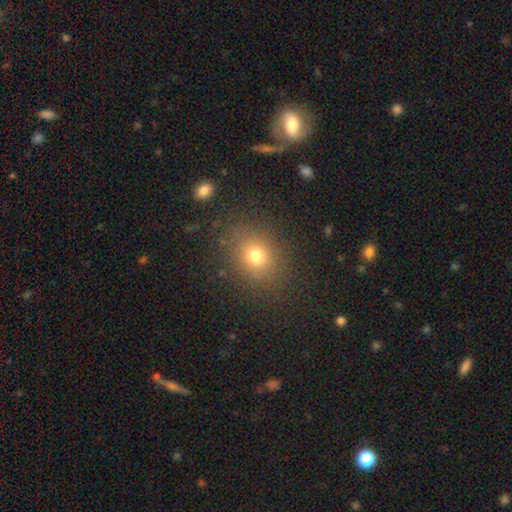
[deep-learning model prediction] Smooth or featured? Predicted: smooth (p=0.73). How rounded? Predicted: round (p=0.65). Merging? Predicted: none (p=0.85).